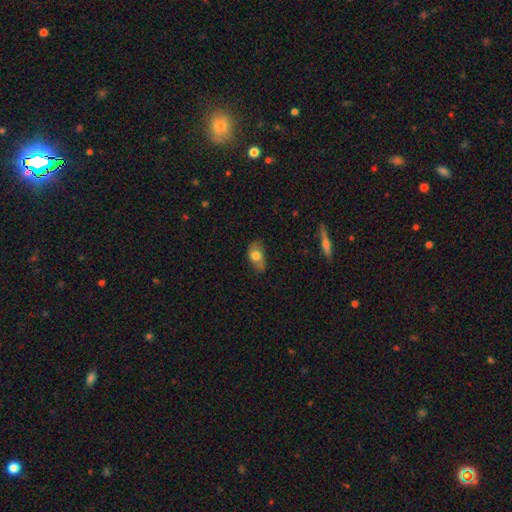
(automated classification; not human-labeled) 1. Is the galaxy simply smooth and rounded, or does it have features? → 66% smooth, 27% featured or disk, 8% star or artifact.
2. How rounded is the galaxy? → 85% in between, 12% round, 4% cigar-shaped.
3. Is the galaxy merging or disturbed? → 57% none, 31% minor disturbance, 10% major disturbance, 2% merger.